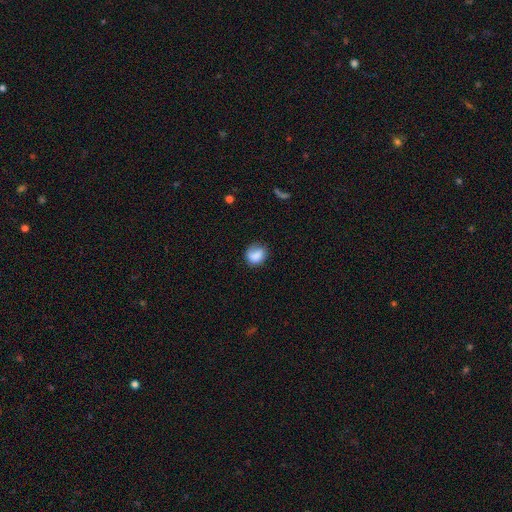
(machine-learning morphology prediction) This is clearly a smooth galaxy (83%). How rounded: likely round (64%). Merging: likely none (63%).